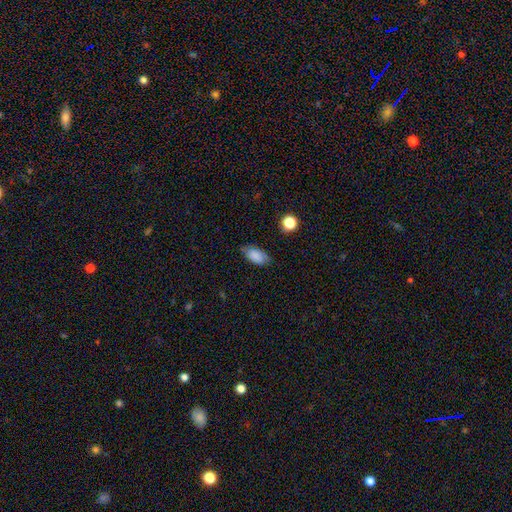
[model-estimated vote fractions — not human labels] A smooth galaxy with no disk features (83%) that is in between round and cigar-shaped (91%). Merging: none (74%).